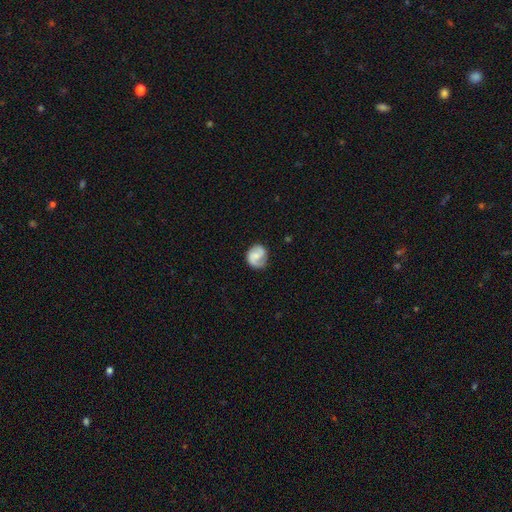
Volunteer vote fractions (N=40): Smooth or featured? 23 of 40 (57%) said featured or disk. Edge-on disk? 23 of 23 (100%) said no. Bar? 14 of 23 (61%) said no. Spiral arms? 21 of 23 (91%) said yes. Spiral winding? 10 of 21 (48%) said medium. Spiral arm count? 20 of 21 (95%) said 2. Bulge size? 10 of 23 (43%, tied with small) said moderate. Merging? 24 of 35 (69%) said none.